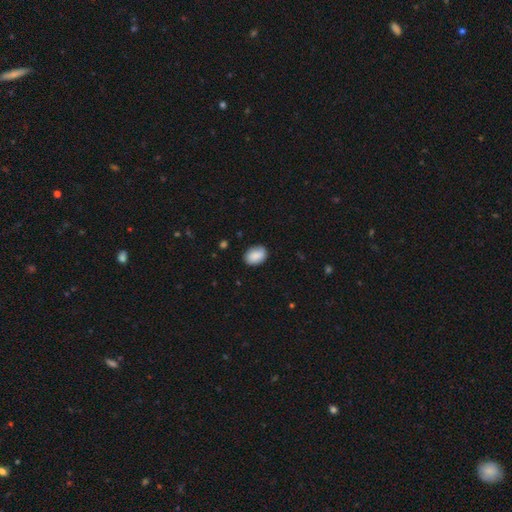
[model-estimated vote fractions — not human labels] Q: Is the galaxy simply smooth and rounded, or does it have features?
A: smooth — 88%.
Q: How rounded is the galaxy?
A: in between — 80%.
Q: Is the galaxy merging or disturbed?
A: none — 83%.